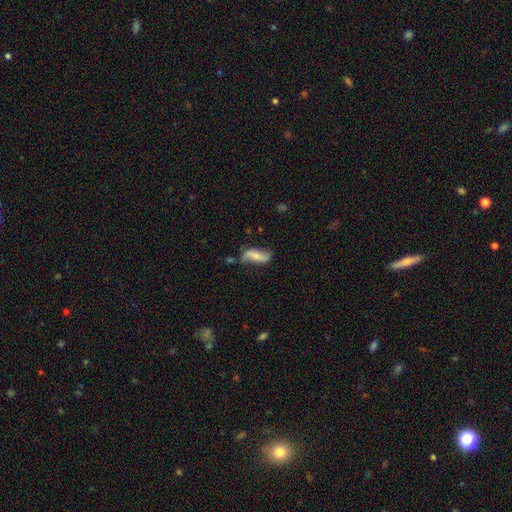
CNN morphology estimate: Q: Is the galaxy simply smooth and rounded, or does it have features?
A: featured or disk — 61%.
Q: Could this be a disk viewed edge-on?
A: no — 89%.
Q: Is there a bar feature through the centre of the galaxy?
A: no — 40%.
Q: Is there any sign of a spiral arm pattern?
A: yes — 87%.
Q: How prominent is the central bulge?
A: small — 51%.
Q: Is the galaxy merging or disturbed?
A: none — 61%.